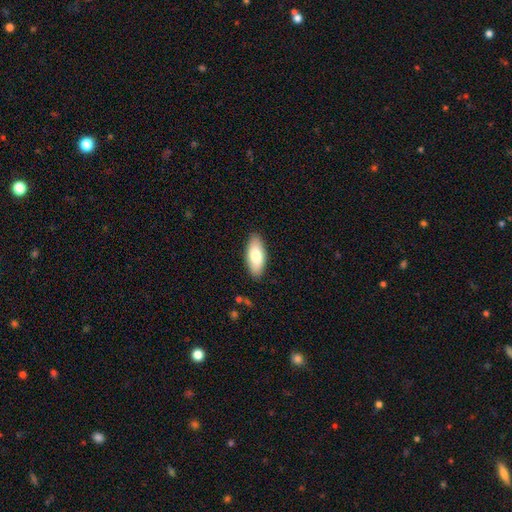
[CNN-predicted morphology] The model was most divided on "smooth or featured": smooth: 79%, featured or disk: 15%, star or artifact: 6%. More confident: merging — none (88%); how rounded — in between (85%).